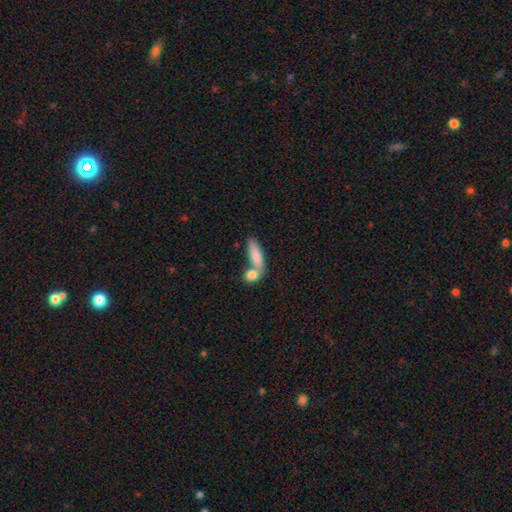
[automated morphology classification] The model was most divided on "how rounded": in between: 50%, cigar-shaped: 45%, round: 5%. Remaining: smooth or featured — smooth (81%); merging — merger (46%).